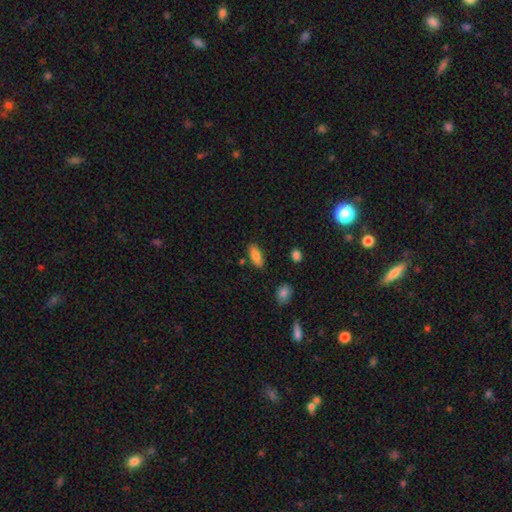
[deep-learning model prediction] A smooth galaxy with no disk features (82%) that is in between round and cigar-shaped (79%). Merging: none (84%).